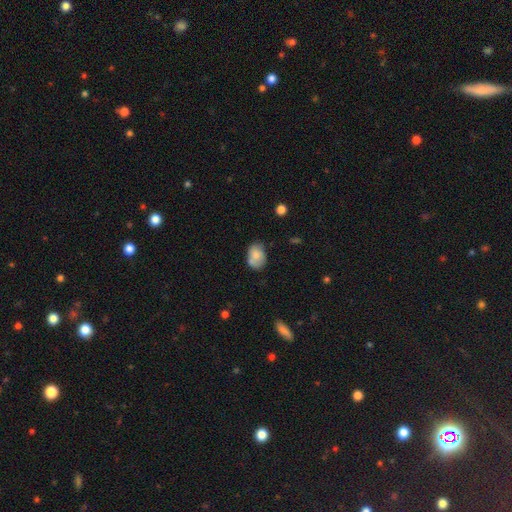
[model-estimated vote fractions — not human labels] A smooth galaxy with no disk features (74%) that is in between round and cigar-shaped (76%).

Vote fractions:
- Smooth or featured? smooth: 74% / featured or disk: 18% / star or artifact: 8%
- How rounded? in between: 76% / round: 23% / cigar-shaped: 1%
- Merging? none: 53% / minor disturbance: 27% / merger: 12% / major disturbance: 7%